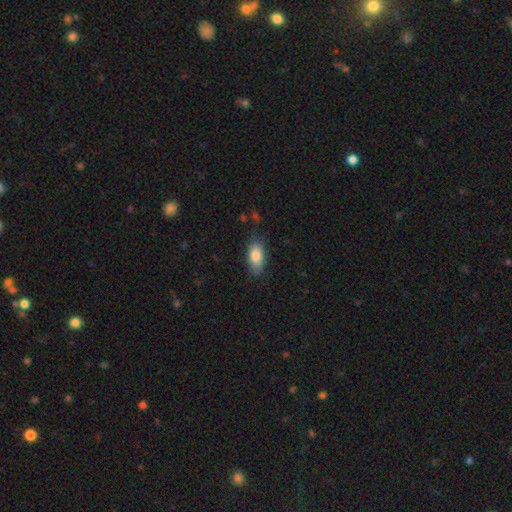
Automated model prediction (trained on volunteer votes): Smooth or featured? Predicted: smooth (p=0.83). How rounded? Predicted: in between (p=0.90). Merging? Predicted: none (p=0.75).